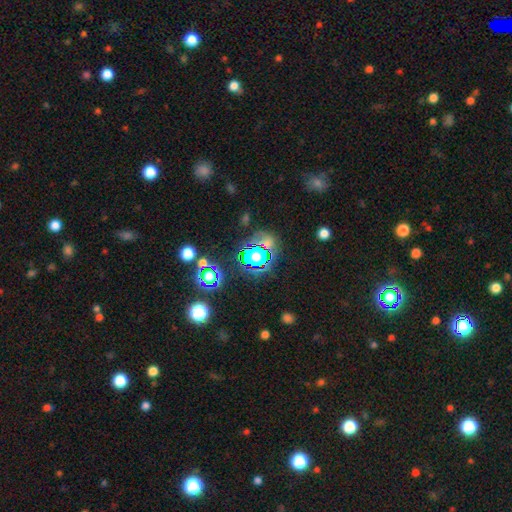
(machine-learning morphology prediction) The model was most divided on "smooth or featured": star or artifact: 54%, smooth: 32%, featured or disk: 14%.